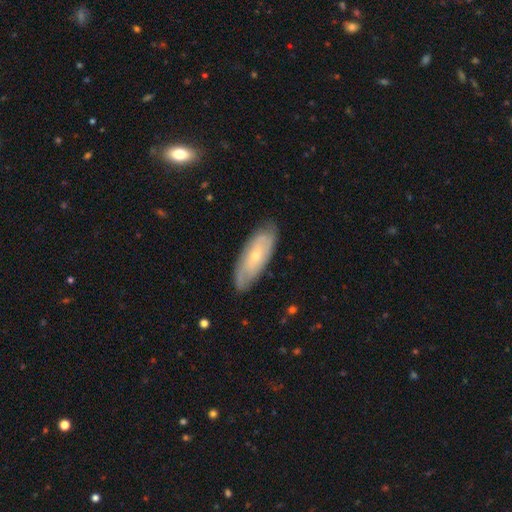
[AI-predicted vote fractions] Overall: featured or disk (59%; smooth 35%). Edge-on disk: no (82%). Merging: none (79%).